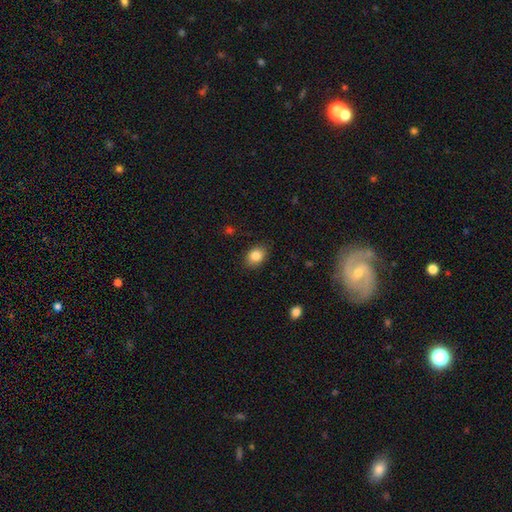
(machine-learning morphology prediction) Smooth or featured?
  - smooth: 85% *
  - star or artifact: 9%
  - featured or disk: 6%
How rounded?
  - in between: 68% *
  - round: 31%
  - cigar-shaped: 1%
Merging?
  - none: 87% *
  - minor disturbance: 10%
  - major disturbance: 3%
  - merger: 1%